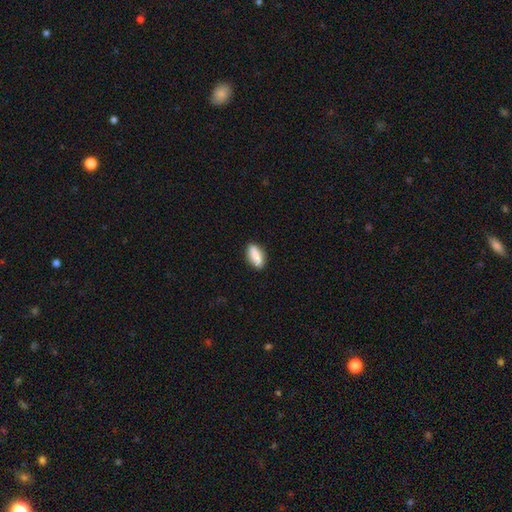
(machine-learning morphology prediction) Smooth or featured?
  - smooth: 84% *
  - featured or disk: 10%
  - star or artifact: 6%
How rounded?
  - in between: 70% *
  - cigar-shaped: 27%
  - round: 3%
Merging?
  - none: 88% *
  - minor disturbance: 9%
  - major disturbance: 2%
  - merger: 1%